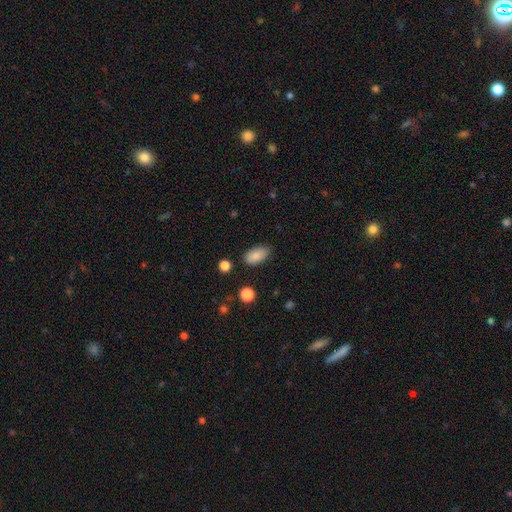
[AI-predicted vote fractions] The model was most divided on "merging": none: 79%, minor disturbance: 16%, major disturbance: 3%, merger: 2%. More confident: how rounded — in between (92%); smooth or featured — smooth (84%).